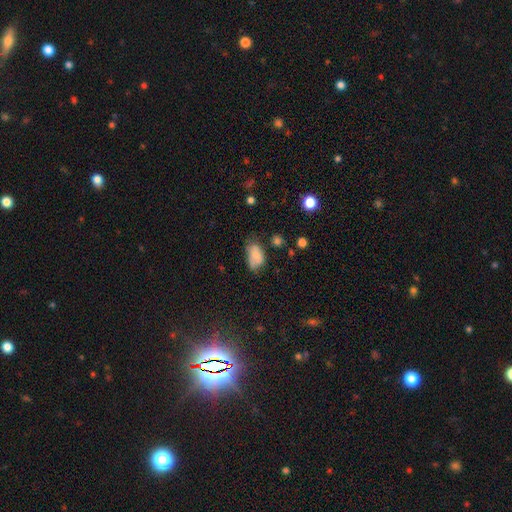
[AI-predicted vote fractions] smooth-or-featured: smooth: 74% | featured or disk: 16% | star or artifact: 9%
  how-rounded: in between: 90% | round: 8% | cigar-shaped: 2%
  merging: none: 40% | minor disturbance: 39% | major disturbance: 16% | merger: 5%